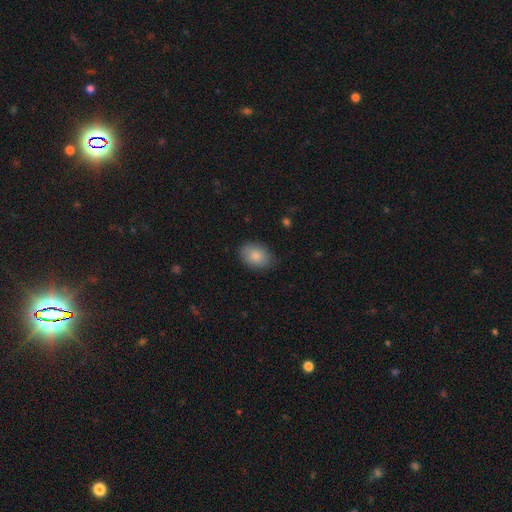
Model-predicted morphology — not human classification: smooth-or-featured: smooth: 85% | featured or disk: 8% | star or artifact: 7%
  how-rounded: in between: 76% | round: 23% | cigar-shaped: 1%
  merging: none: 78% | minor disturbance: 17% | major disturbance: 3% | merger: 1%